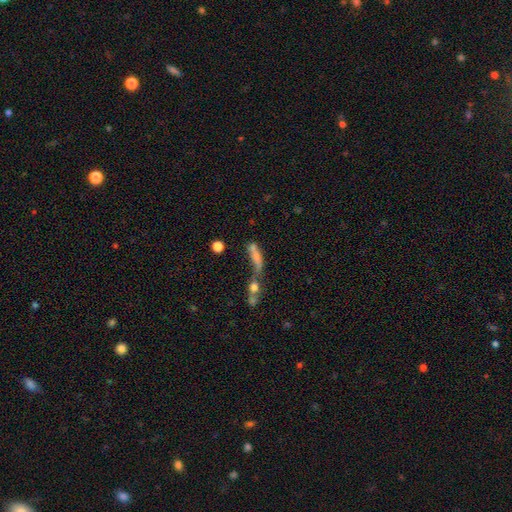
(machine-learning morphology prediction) type=smooth (58%); roundness=cigar-shaped (56%); merging=merger (55%).